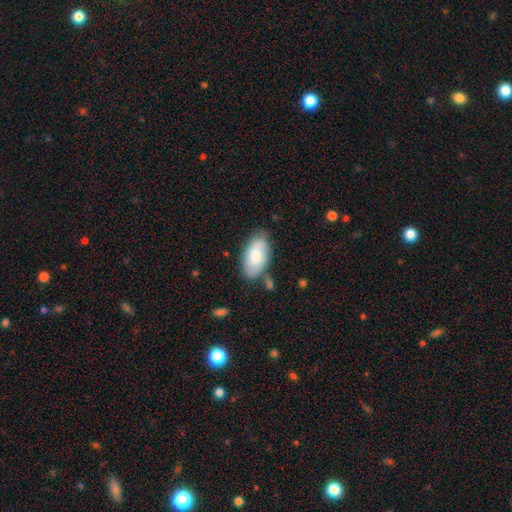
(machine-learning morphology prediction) type=smooth (68%); roundness=in between (95%); merging=none (69%).